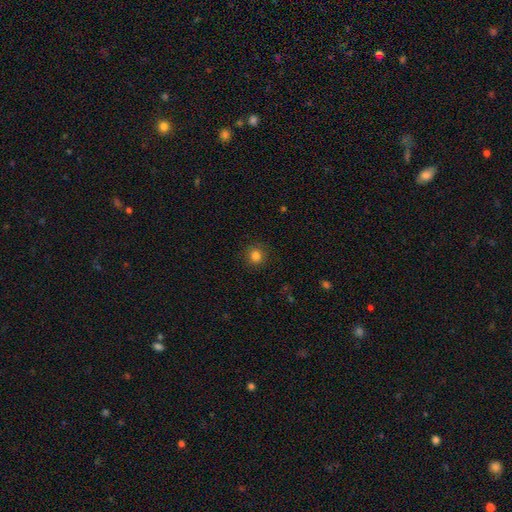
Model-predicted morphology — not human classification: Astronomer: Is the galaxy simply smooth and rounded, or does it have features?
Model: smooth — 83%.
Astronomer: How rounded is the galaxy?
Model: round — 92%.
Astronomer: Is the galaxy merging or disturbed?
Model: none — 90%.